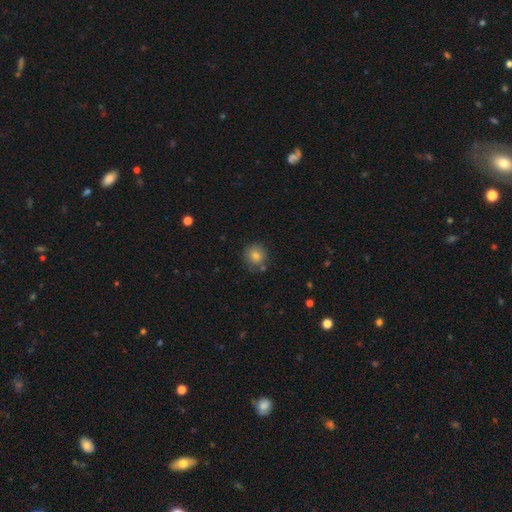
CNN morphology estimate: smooth_or_featured: smooth (p=0.80) [alt: star or artifact p=0.11]
how_rounded: round (p=0.91) [alt: in between p=0.09]
merging: none (p=0.77) [alt: minor disturbance p=0.14]